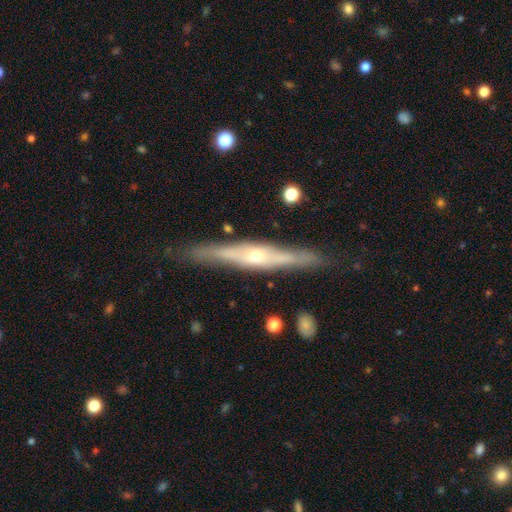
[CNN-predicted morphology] Smooth or featured? featured or disk (79%)
Edge-on disk? yes (92%)
Edge-on bulge? rounded (80%)
Merging? none (85%)